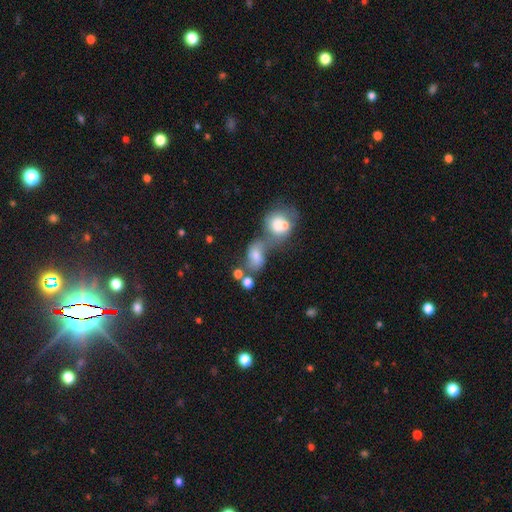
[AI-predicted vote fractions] This is likely a smooth galaxy (67%). How rounded: likely in between (69%). Merging: possibly merger (55%).